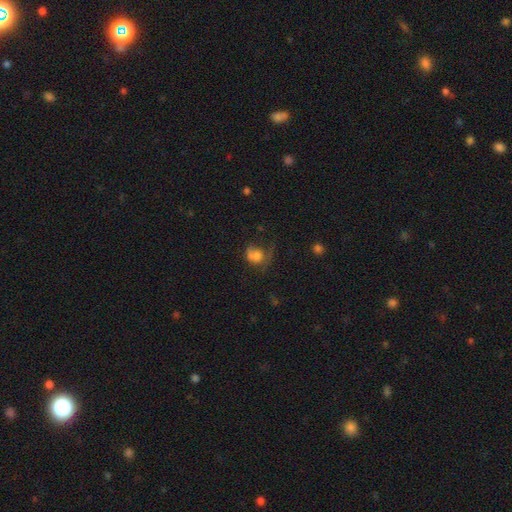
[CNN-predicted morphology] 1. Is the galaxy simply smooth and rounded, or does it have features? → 63% smooth, 23% featured or disk, 14% star or artifact.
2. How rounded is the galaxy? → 60% round, 38% in between, 1% cigar-shaped.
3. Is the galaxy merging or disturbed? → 34% major disturbance, 28% none, 19% minor disturbance, 19% merger.